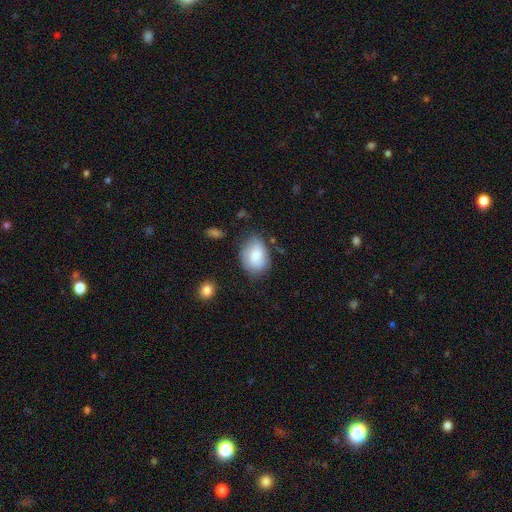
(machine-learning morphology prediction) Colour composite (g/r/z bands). It shows a smooth galaxy with no disk features (75%) that is in between round and cigar-shaped (73%). Merging: none (67%).